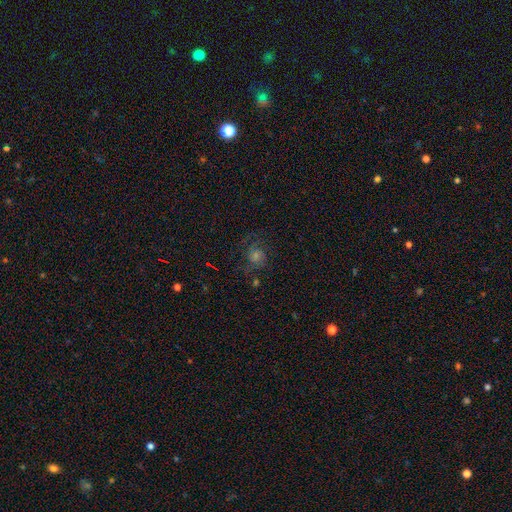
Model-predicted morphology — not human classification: type=featured or disk (47%); merging=none (69%).